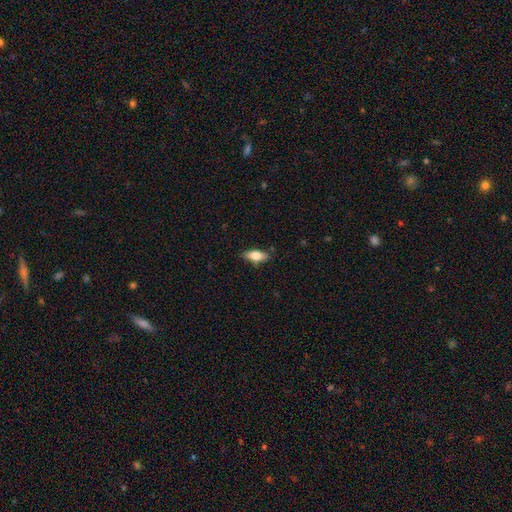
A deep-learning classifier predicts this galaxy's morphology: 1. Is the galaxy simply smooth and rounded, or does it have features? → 75% smooth, 18% featured or disk, 7% star or artifact.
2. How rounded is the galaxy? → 80% in between, 17% cigar-shaped, 3% round.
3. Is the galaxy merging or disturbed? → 81% none, 15% minor disturbance, 3% major disturbance, 1% merger.